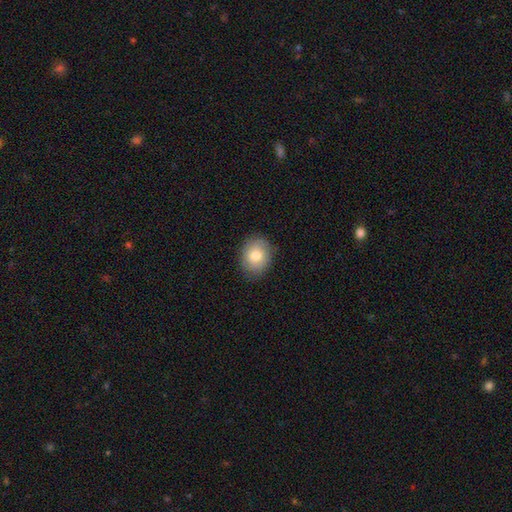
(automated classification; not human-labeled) Q: Smooth or featured?
A: smooth (79%); runner-up: featured or disk (13%)
Q: How rounded?
A: round (50%); runner-up: in between (49%)
Q: Merging?
A: none (85%); runner-up: minor disturbance (12%)